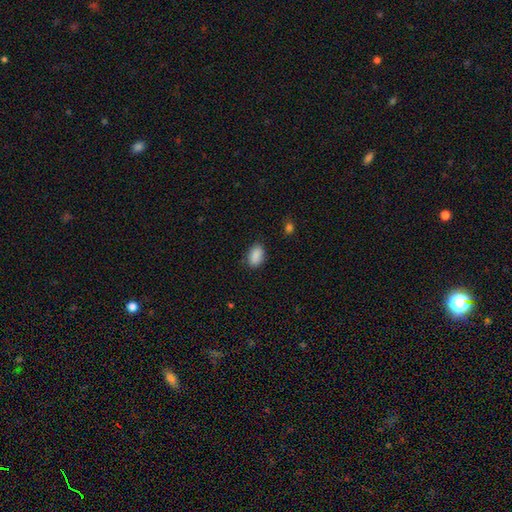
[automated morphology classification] Q: Smooth or featured?
A: smooth (89%); runner-up: star or artifact (8%)
Q: How rounded?
A: in between (89%); runner-up: round (9%)
Q: Merging?
A: none (81%); runner-up: minor disturbance (15%)